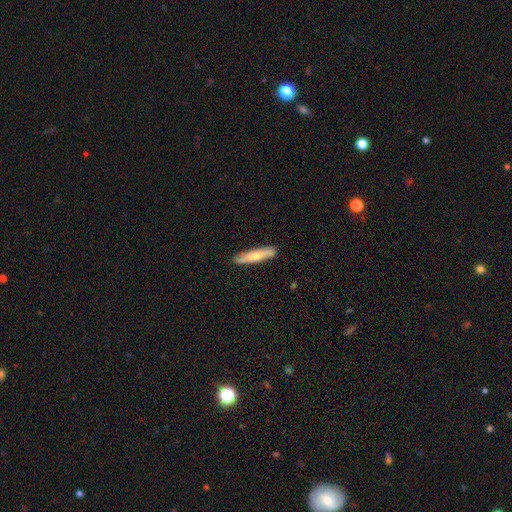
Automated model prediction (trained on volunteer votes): The model was most divided on "smooth or featured": smooth: 63%, featured or disk: 32%, star or artifact: 5%. More confident: merging — none (87%); how rounded — cigar-shaped (86%).